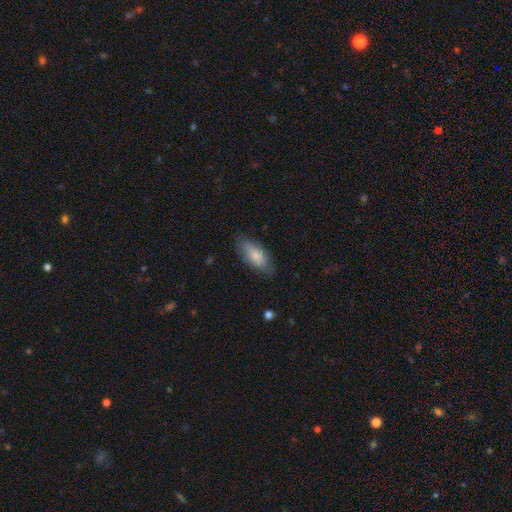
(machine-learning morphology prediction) smooth 79%, featured or disk 16%, star or artifact 6%. Down the decision tree: how rounded — in between (84%); merging — none (77%).